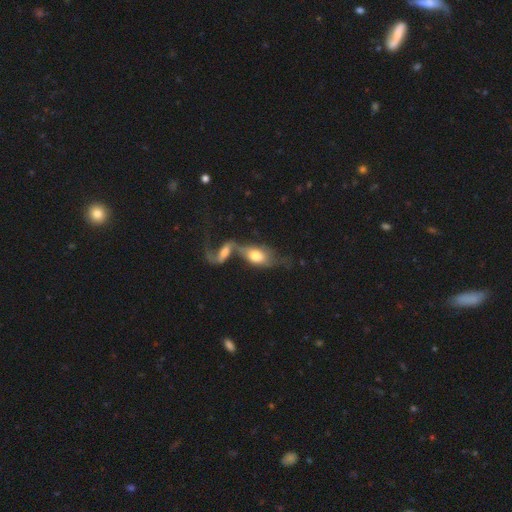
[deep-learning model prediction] Q: Smooth or featured?
A: smooth (53%); runner-up: featured or disk (39%)
Q: How rounded?
A: in between (84%); runner-up: cigar-shaped (9%)
Q: Merging?
A: merger (66%); runner-up: none (14%)